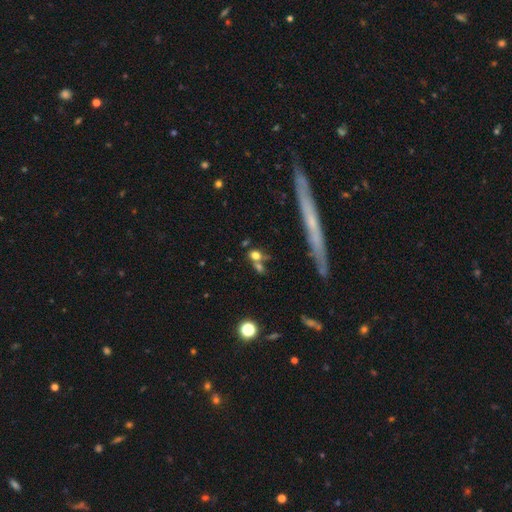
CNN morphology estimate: type=smooth (68%); roundness=round (52%); merging=none (49%).